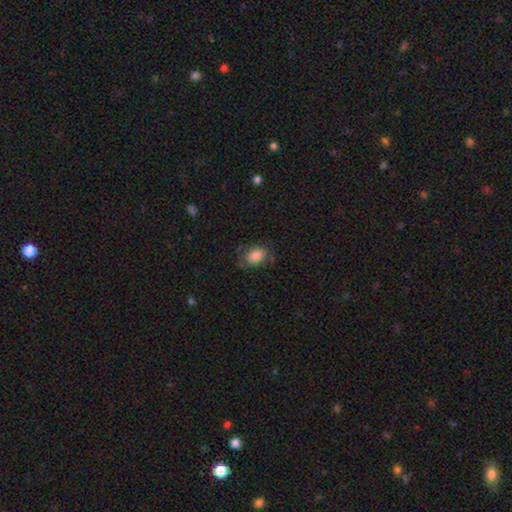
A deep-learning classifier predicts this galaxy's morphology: Overall: smooth (84%). How rounded: in between (79%). Merging: none (69%).